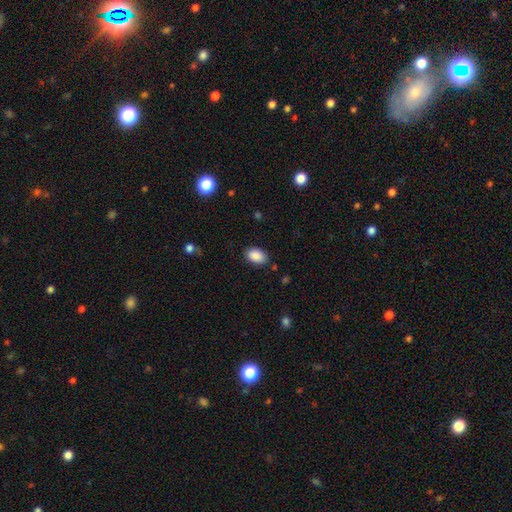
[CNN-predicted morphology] This appears to be a smooth galaxy with no disk features (89%) that is in between round and cigar-shaped (89%). Merging: none (84%).